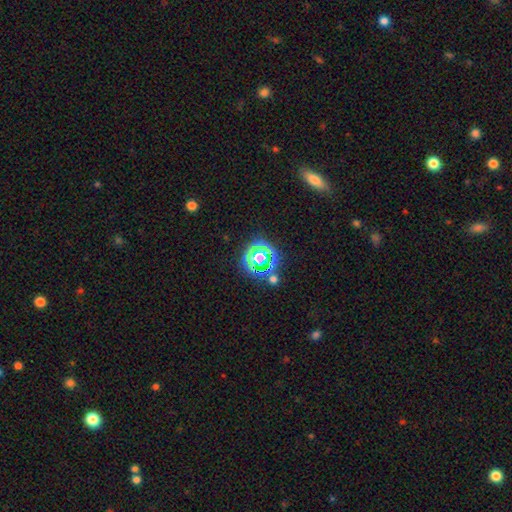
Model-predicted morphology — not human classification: Smooth or featured: star or artifact — 65% (smooth — 24%)